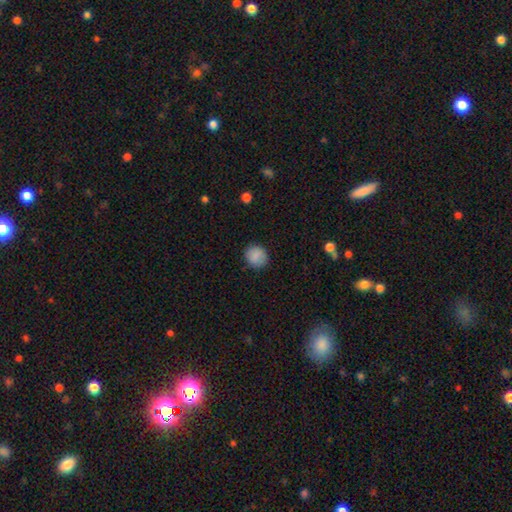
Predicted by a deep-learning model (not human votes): Q: Smooth or featured?
A: smooth (86%); runner-up: star or artifact (8%)
Q: How rounded?
A: round (86%); runner-up: in between (13%)
Q: Merging?
A: none (87%); runner-up: minor disturbance (10%)